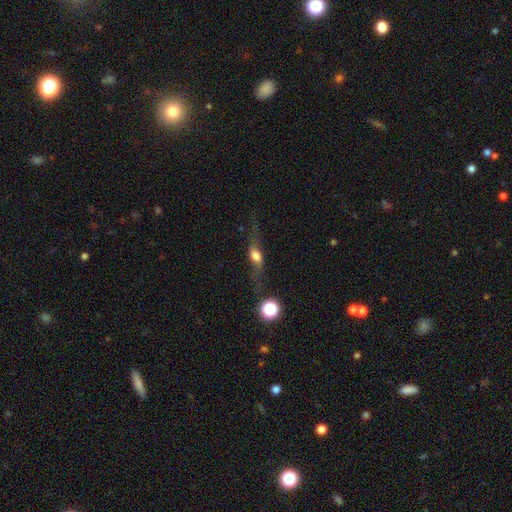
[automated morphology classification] A featured or disk galaxy (46%).

Vote fractions:
- Smooth or featured? featured or disk: 46% / smooth: 42% / star or artifact: 11%
- Merging? none: 57% / minor disturbance: 19% / major disturbance: 19% / merger: 4%